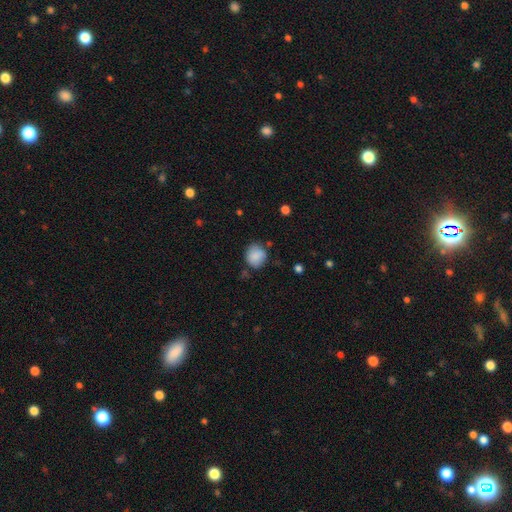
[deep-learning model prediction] smooth_or_featured: smooth (p=0.86) [alt: star or artifact p=0.08]
how_rounded: round (p=0.77) [alt: in between p=0.22]
merging: none (p=0.73) [alt: minor disturbance p=0.19]